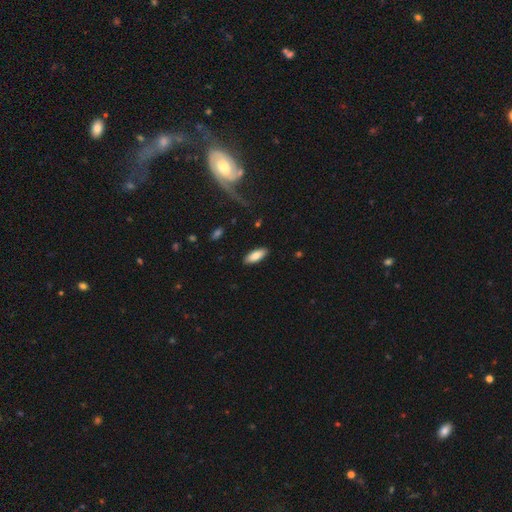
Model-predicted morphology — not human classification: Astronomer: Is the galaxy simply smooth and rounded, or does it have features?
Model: smooth — 83%.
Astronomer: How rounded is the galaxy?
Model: in between — 76%.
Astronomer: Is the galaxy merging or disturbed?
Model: none — 88%.